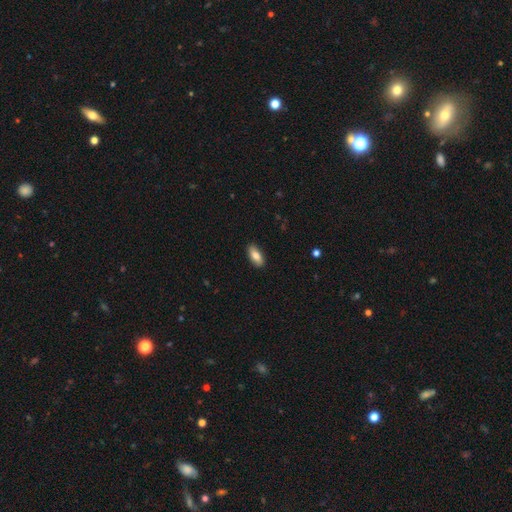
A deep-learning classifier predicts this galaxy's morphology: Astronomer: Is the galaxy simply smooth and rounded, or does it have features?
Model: smooth — 82%.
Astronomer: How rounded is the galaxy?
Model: in between — 86%.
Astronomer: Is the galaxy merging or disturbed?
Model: none — 90%.